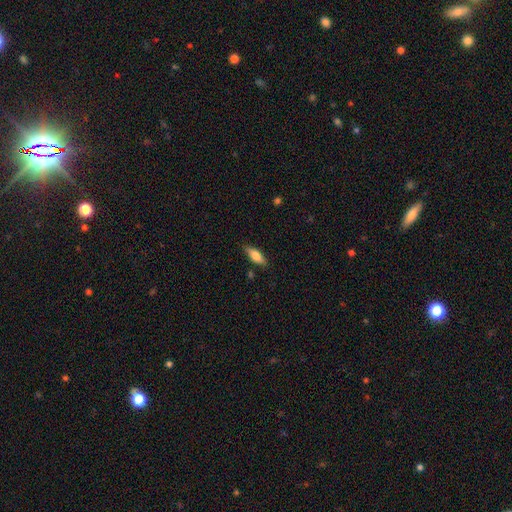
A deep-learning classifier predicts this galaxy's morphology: Smooth or featured? smooth (78%)
How rounded? in between (65%)
Merging? none (82%)